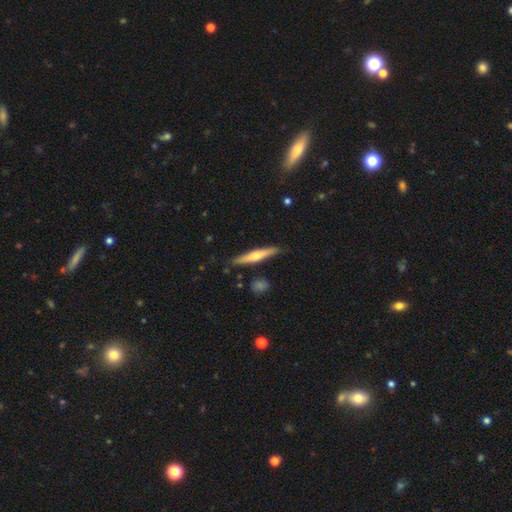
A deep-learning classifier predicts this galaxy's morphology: type=featured or disk (50%); merging=none (85%).